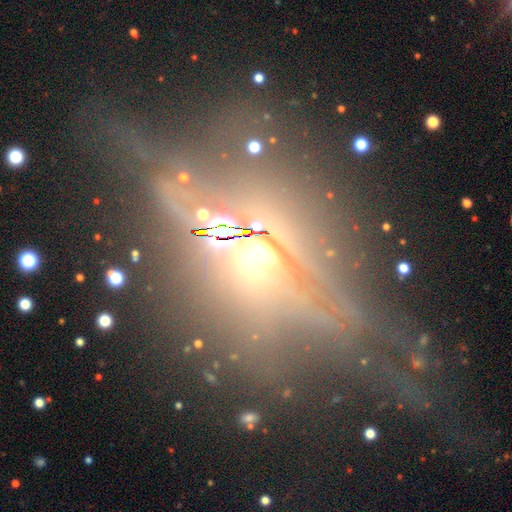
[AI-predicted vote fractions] A featured or disk galaxy (40%).

Vote fractions:
- Smooth or featured? featured or disk: 40% / star or artifact: 38% / smooth: 23%
- Merging? none: 54% / major disturbance: 19% / minor disturbance: 16% / merger: 11%